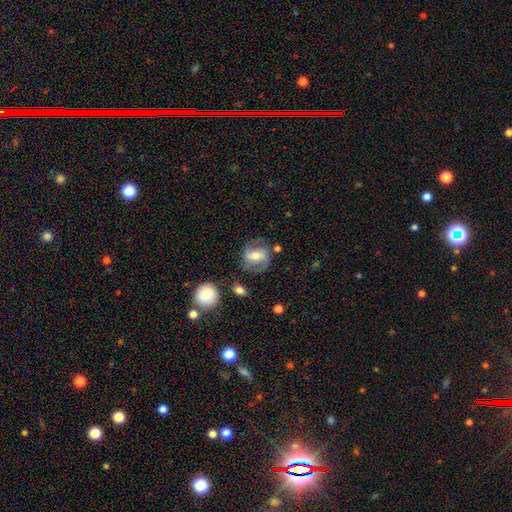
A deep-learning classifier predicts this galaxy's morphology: Overall: featured or disk (59%; smooth 33%). Edge-on disk: no (95%). Bar: strong (41%; weak 37%). Spiral arms: yes (77%). Bulge size: moderate (64%; small 24%). Merging: none (68%).